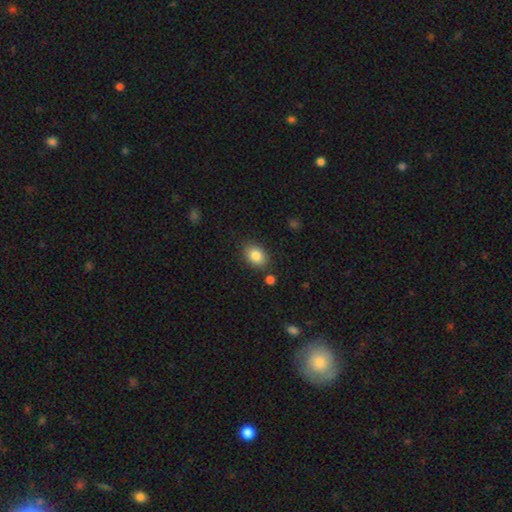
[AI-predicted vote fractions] A smooth galaxy with no disk features (85%) that is in between round and cigar-shaped (71%). Merging: none (82%).